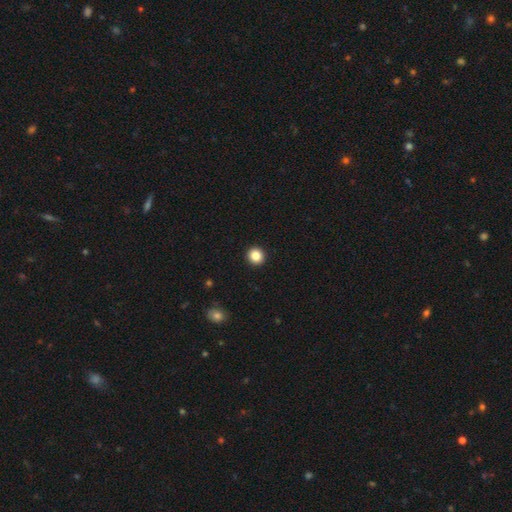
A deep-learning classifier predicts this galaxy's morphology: Smooth or featured?
  - smooth: 85% *
  - star or artifact: 10%
  - featured or disk: 4%
How rounded?
  - round: 91% *
  - in between: 8%
  - cigar-shaped: 1%
Merging?
  - none: 94% *
  - minor disturbance: 4%
  - major disturbance: 1%
  - merger: 1%